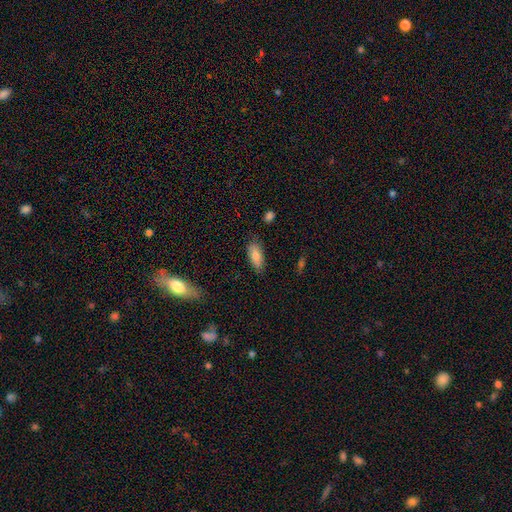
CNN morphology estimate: A smooth galaxy with no disk features (84%) that is in between round and cigar-shaped (85%). Merging: none (81%).